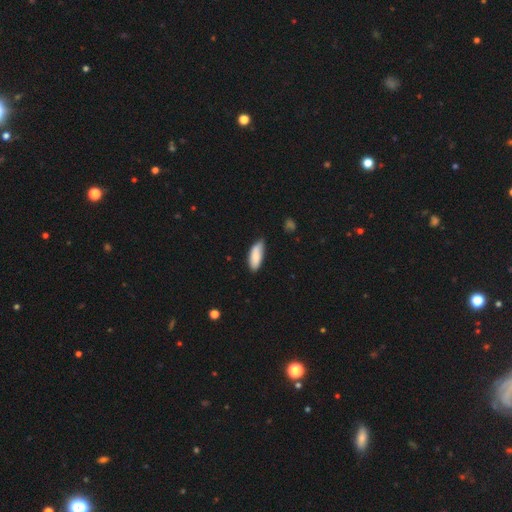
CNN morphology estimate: Smooth or featured? smooth (85%)
How rounded? in between (70%)
Merging? none (65%)